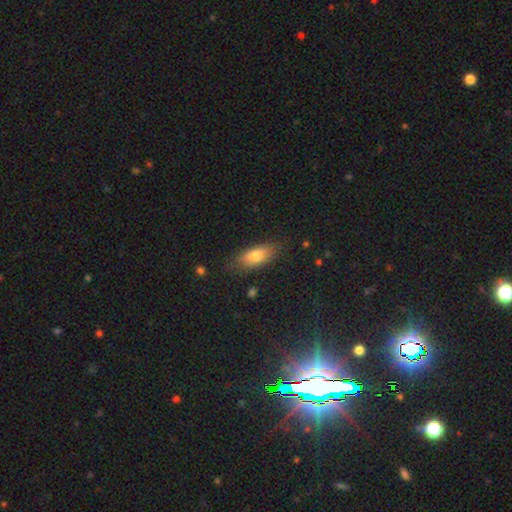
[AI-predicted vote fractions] Overall: smooth (77%). How rounded: in between (80%). Merging: none (77%).